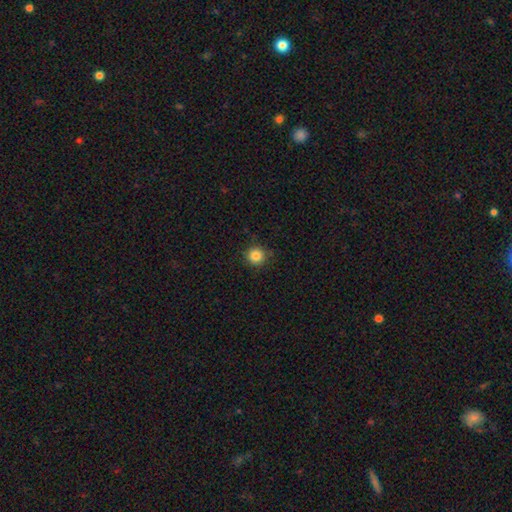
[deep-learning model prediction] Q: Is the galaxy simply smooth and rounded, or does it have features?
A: smooth — 84%.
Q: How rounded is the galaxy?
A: round — 94%.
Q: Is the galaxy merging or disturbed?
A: none — 88%.